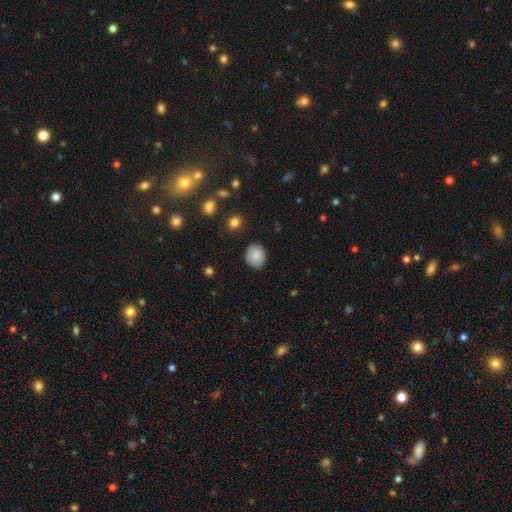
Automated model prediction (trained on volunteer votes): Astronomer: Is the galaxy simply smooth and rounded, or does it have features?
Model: smooth — 84%.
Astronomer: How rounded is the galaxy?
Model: round — 58% (runner-up: in between, 41%).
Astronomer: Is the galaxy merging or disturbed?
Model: none — 84%.